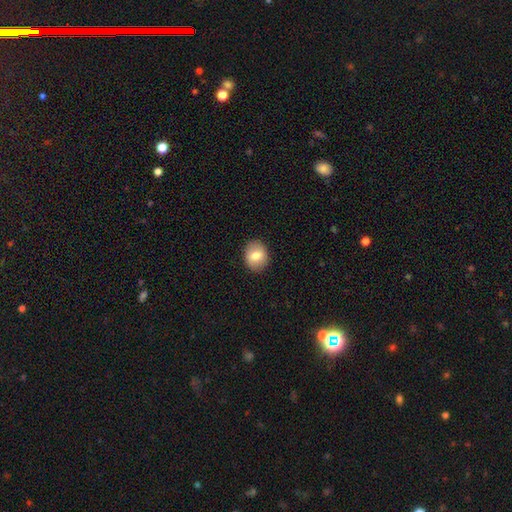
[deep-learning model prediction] A smooth galaxy with no disk features (76%) that is round (58%).

Vote fractions:
- Smooth or featured? smooth: 76% / featured or disk: 16% / star or artifact: 8%
- How rounded? round: 58% / in between: 41% / cigar-shaped: 1%
- Merging? none: 89% / minor disturbance: 8% / major disturbance: 2% / merger: 1%